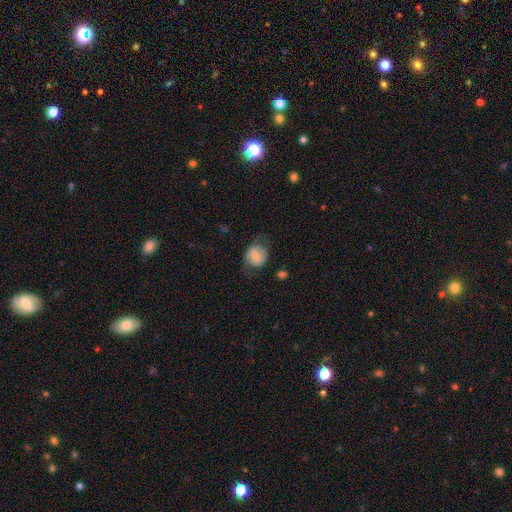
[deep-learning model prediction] This is likely a smooth galaxy (61%). How rounded: likely round (70%). Merging: possibly none (58%).